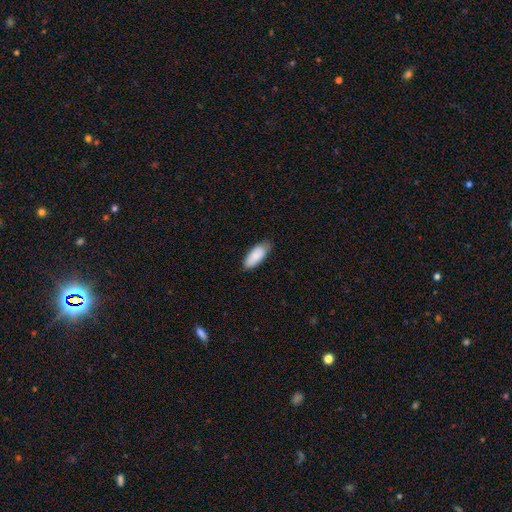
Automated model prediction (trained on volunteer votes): smooth 88%, featured or disk 6%, star or artifact 6%. Down the decision tree: how rounded — in between (85%); merging — none (75%).